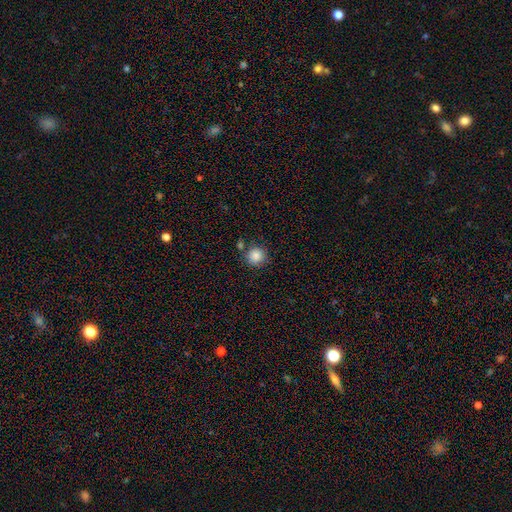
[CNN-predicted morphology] Smooth or featured? smooth (87%)
How rounded? round (93%)
Merging? none (76%)